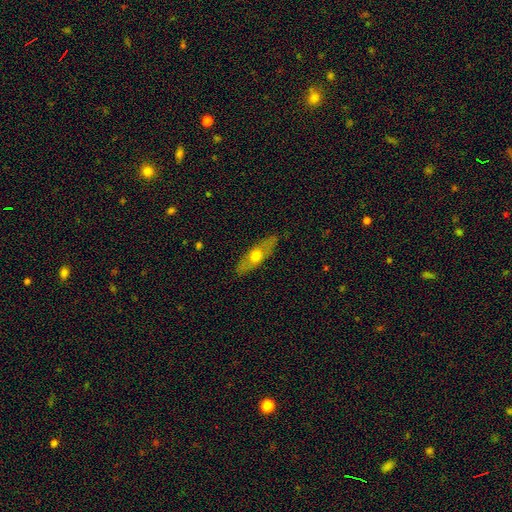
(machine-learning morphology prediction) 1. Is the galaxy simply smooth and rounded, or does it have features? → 49% smooth, 45% featured or disk, 6% star or artifact.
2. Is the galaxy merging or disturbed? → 85% none, 11% minor disturbance, 3% major disturbance, 1% merger.